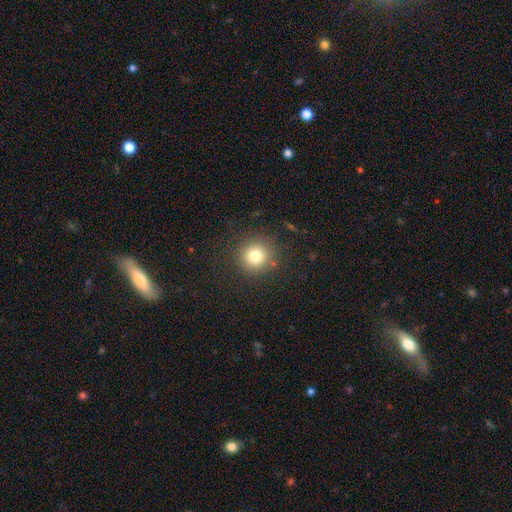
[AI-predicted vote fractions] Overall: smooth (67%). How rounded: round (93%). Merging: none (90%).